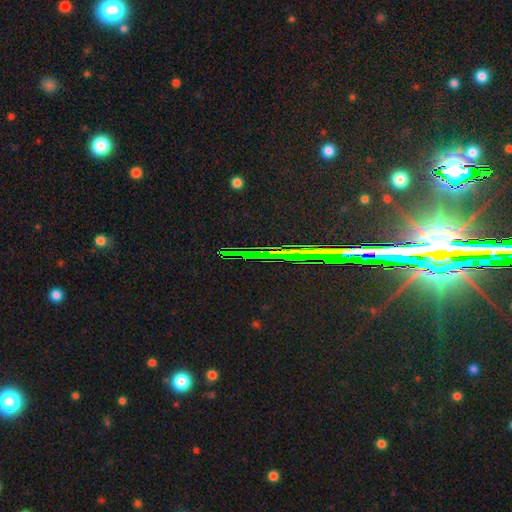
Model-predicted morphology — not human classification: The model was most divided on "smooth or featured": star or artifact: 82%, featured or disk: 10%, smooth: 7%.